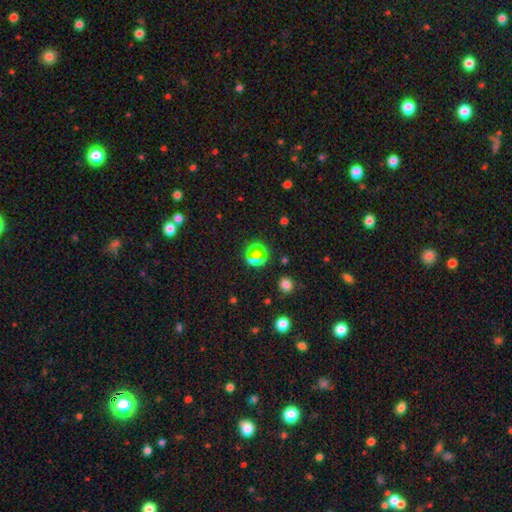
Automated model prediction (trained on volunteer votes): A smooth galaxy with no disk features (54%) that is round (84%).

Vote fractions:
- Smooth or featured? smooth: 54% / star or artifact: 34% / featured or disk: 12%
- How rounded? round: 84% / in between: 15% / cigar-shaped: 2%
- Merging? none: 71% / merger: 12% / minor disturbance: 11% / major disturbance: 6%